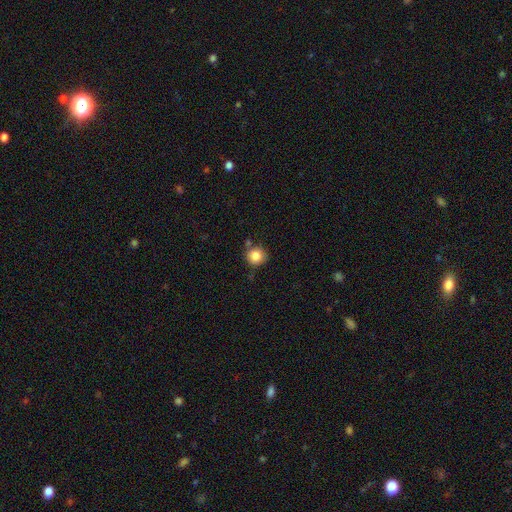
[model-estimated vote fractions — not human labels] Smooth or featured? Predicted: smooth (p=0.84). How rounded? Predicted: round (p=0.92). Merging? Predicted: none (p=0.78).